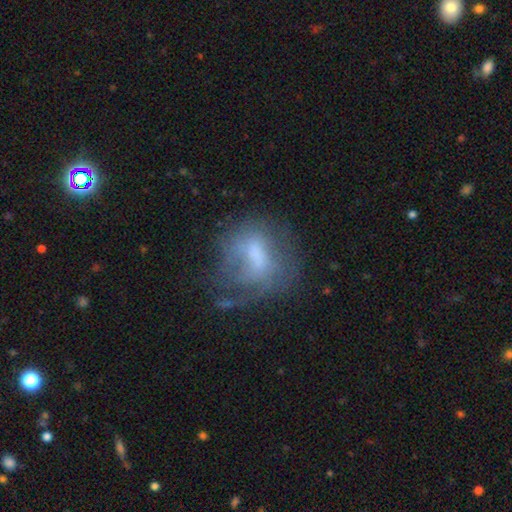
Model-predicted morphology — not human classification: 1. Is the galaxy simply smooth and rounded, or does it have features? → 47% featured or disk, 42% smooth, 12% star or artifact.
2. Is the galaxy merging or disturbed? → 43% none, 28% major disturbance, 24% minor disturbance, 5% merger.